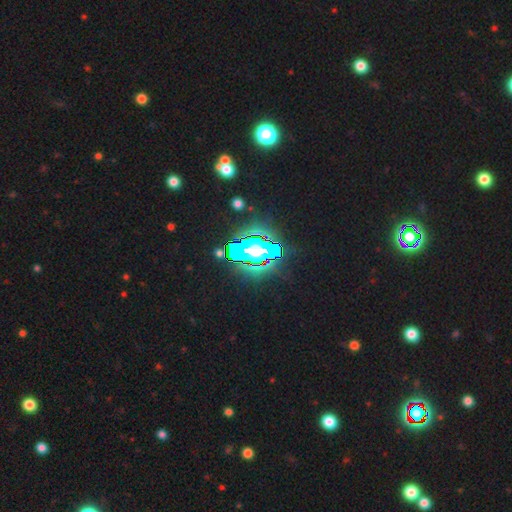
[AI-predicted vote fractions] star or artifact 82%, smooth 10%, featured or disk 9%.